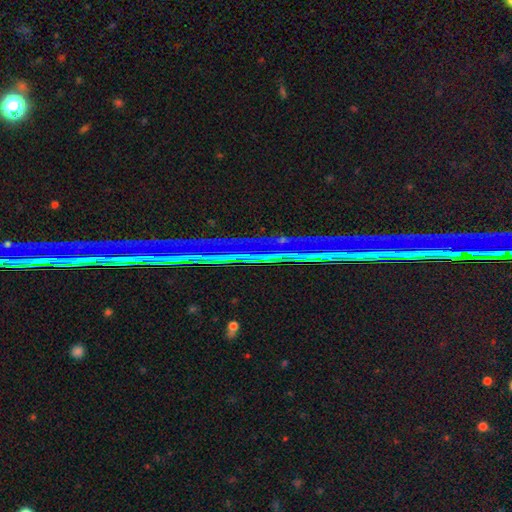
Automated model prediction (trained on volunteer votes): smooth-or-featured: star or artifact: 88% | featured or disk: 7% | smooth: 5%